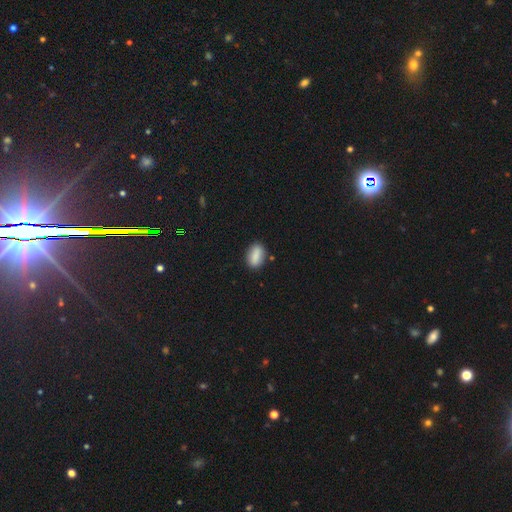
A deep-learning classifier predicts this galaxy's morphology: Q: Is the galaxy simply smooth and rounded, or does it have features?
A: smooth — 86%.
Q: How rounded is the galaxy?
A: in between — 86%.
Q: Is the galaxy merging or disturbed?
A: none — 83%.